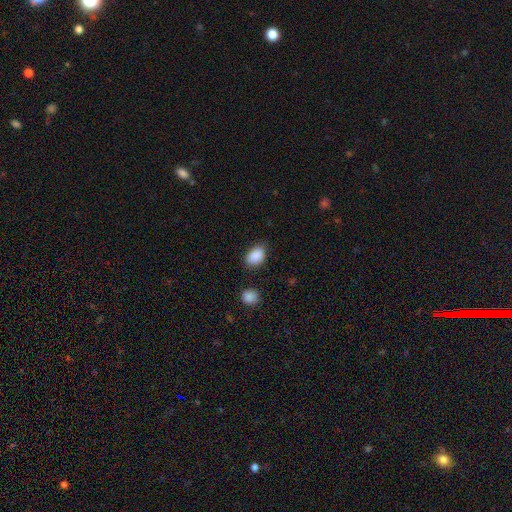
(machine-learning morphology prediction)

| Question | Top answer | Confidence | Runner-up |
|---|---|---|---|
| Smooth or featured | smooth | 88% | star or artifact (8%) |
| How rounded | in between | 81% | round (18%) |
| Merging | none | 74% | minor disturbance (19%) |